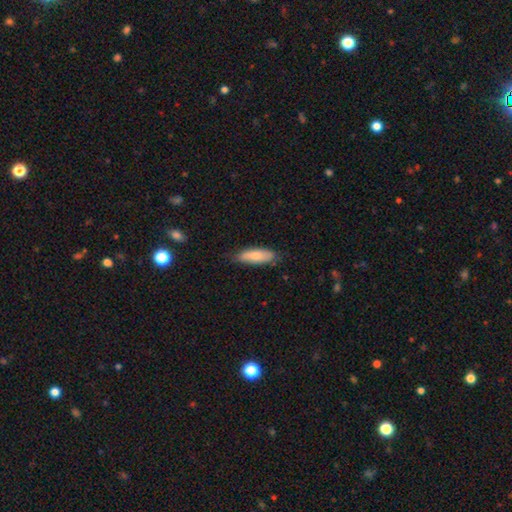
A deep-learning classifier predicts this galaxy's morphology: Smooth or featured?
  - smooth: 79% *
  - featured or disk: 16%
  - star or artifact: 5%
How rounded?
  - in between: 59% *
  - cigar-shaped: 39%
  - round: 2%
Merging?
  - none: 77% *
  - minor disturbance: 19%
  - major disturbance: 3%
  - merger: 1%